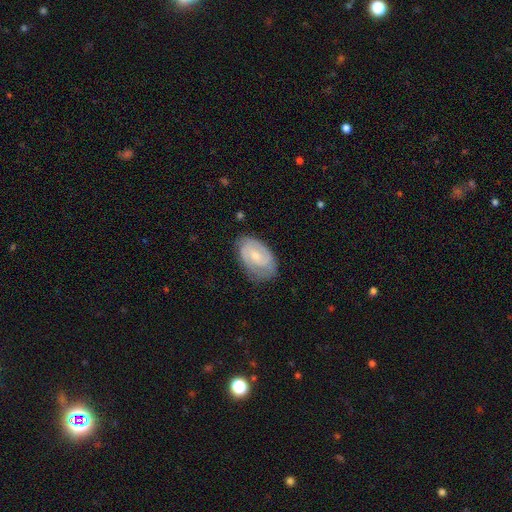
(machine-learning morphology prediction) This is likely a featured or disk galaxy (74%). It is clearly not viewed edge-on (97%). Bar: possibly weak (50%). Spiral arm pattern: clearly yes (93%). Spiral arm count: likely 2 (75%). Spiral winding: possibly tight (51%). Central bulge: possibly small (56%). Merging: likely none (75%).